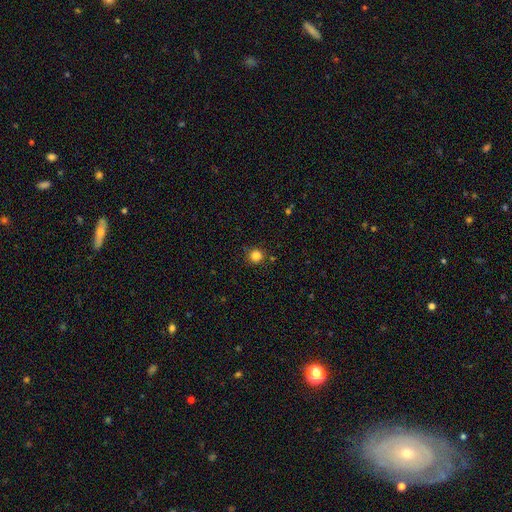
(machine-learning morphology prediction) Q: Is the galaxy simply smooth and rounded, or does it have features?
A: smooth — 84%.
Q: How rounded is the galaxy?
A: round — 93%.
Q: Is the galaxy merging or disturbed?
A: none — 86%.